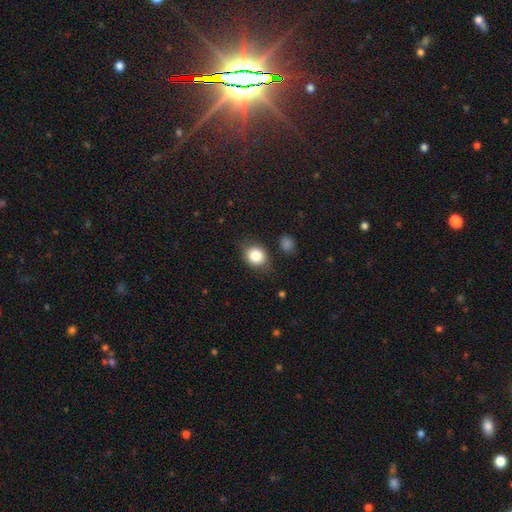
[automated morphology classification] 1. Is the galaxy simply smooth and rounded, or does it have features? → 83% smooth, 9% star or artifact, 8% featured or disk.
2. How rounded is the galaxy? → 62% round, 37% in between, 1% cigar-shaped.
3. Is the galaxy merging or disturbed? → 76% none, 16% minor disturbance, 5% major disturbance, 3% merger.